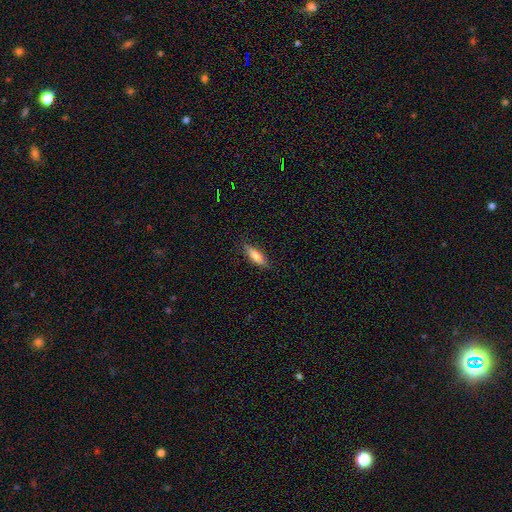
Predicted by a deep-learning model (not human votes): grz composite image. It shows a smooth galaxy with no disk features (73%) that is cigar-shaped (55%). Merging: none (84%).